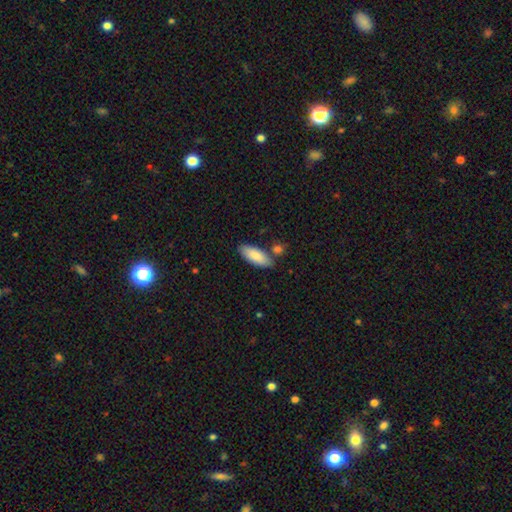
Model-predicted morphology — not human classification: smooth-or-featured: smooth: 85% | featured or disk: 9% | star or artifact: 6%
  how-rounded: in between: 79% | cigar-shaped: 20% | round: 2%
  merging: none: 77% | minor disturbance: 12% | merger: 8% | major disturbance: 3%